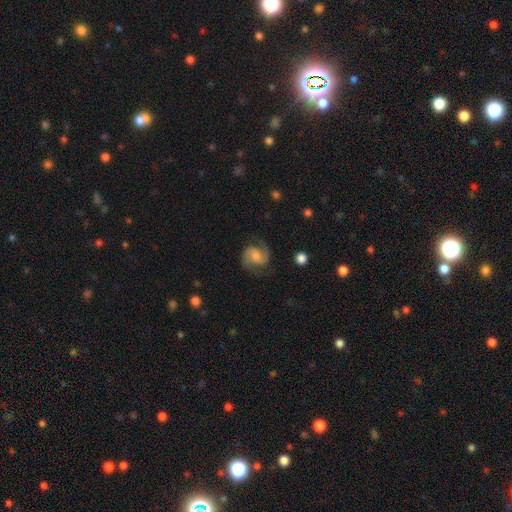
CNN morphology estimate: Smooth or featured?
  - featured or disk: 85% *
  - smooth: 10%
  - star or artifact: 6%
Edge-on disk?
  - no: 98% *
  - yes: 2%
Bar?
  - no: 46% *
  - weak: 44%
  - strong: 11%
Spiral arms?
  - yes: 97% *
  - no: 3%
Spiral winding?
  - medium: 57% *
  - tight: 22%
  - loose: 20%
Spiral arm count?
  - 2: 93% *
  - can't tell: 2%
  - 1: 2%
  - 3: 1%
  - 4: 1%
  - more than 4: 1%
Bulge size?
  - moderate: 46% *
  - small: 30%
  - none: 13%
  - large: 10%
  - dominant: 2%
Merging?
  - none: 80% *
  - minor disturbance: 13%
  - major disturbance: 6%
  - merger: 1%